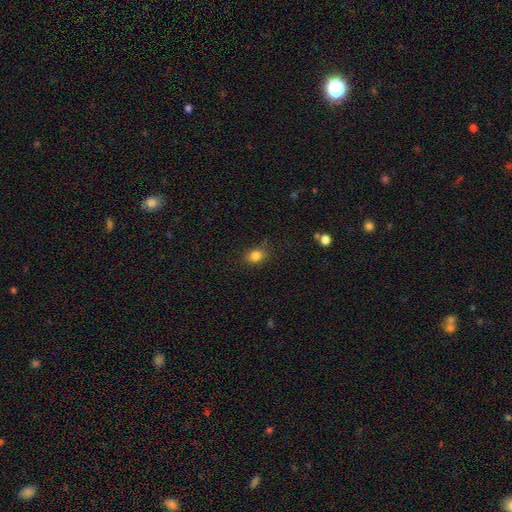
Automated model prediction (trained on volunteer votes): Smooth or featured?
  - smooth: 83% *
  - star or artifact: 11%
  - featured or disk: 6%
How rounded?
  - in between: 57% *
  - round: 41%
  - cigar-shaped: 1%
Merging?
  - none: 78% *
  - minor disturbance: 16%
  - major disturbance: 4%
  - merger: 2%